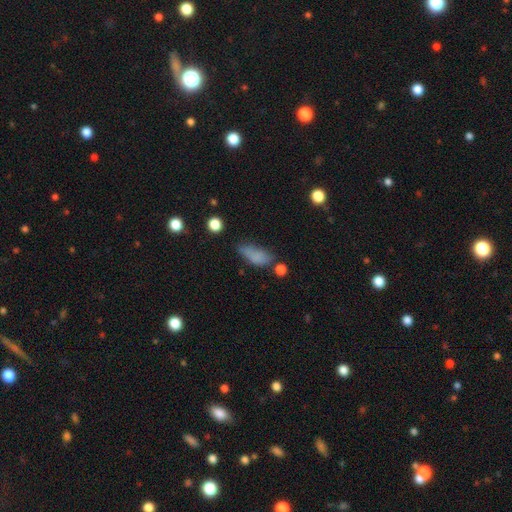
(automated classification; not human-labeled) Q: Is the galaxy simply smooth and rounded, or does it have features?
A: smooth — 76%.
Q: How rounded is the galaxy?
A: in between — 76%.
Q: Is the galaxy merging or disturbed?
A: none — 42%.